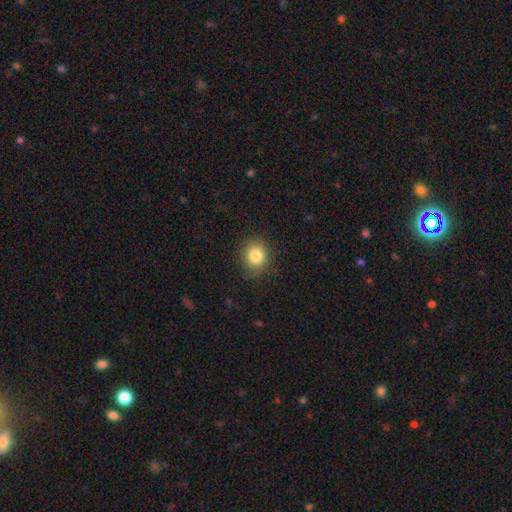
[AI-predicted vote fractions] A smooth galaxy with no disk features (83%) that is round (67%).

Vote fractions:
- Smooth or featured? smooth: 83% / star or artifact: 10% / featured or disk: 7%
- How rounded? round: 67% / in between: 32% / cigar-shaped: 1%
- Merging? none: 82% / minor disturbance: 13% / major disturbance: 4% / merger: 1%